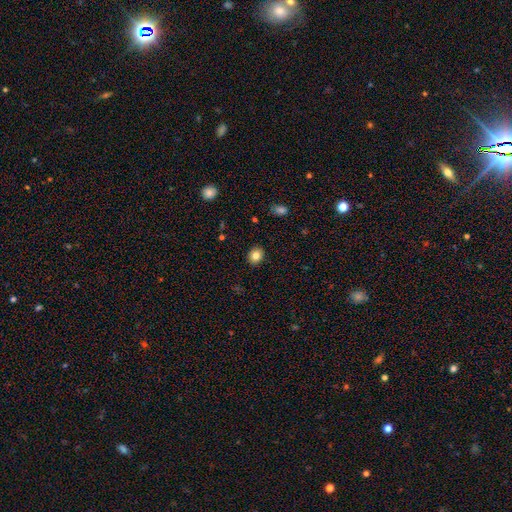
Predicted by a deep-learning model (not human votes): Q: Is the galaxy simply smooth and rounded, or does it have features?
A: smooth — 82%.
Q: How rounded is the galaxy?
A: round — 61%.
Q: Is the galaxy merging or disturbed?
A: none — 90%.